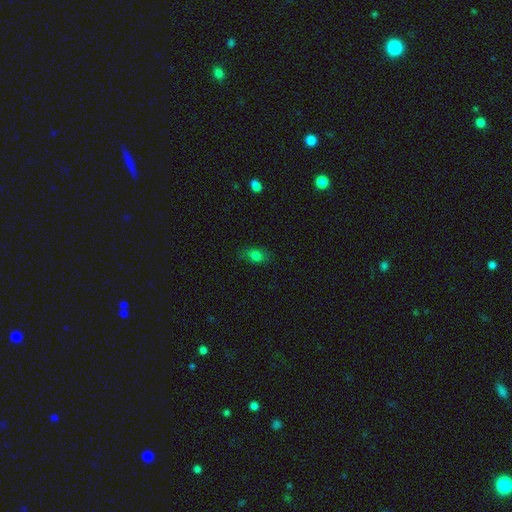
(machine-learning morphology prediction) Smooth or featured? smooth (76%)
How rounded? in between (76%)
Merging? none (75%)